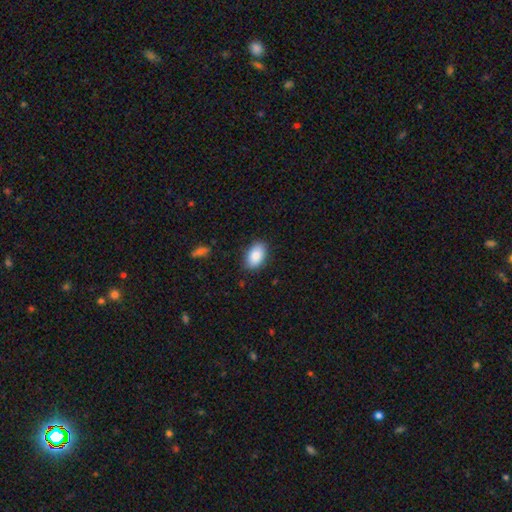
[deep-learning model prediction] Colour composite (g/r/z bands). It shows a smooth galaxy with no disk features (87%) that is in between round and cigar-shaped (91%). Merging: none (84%).